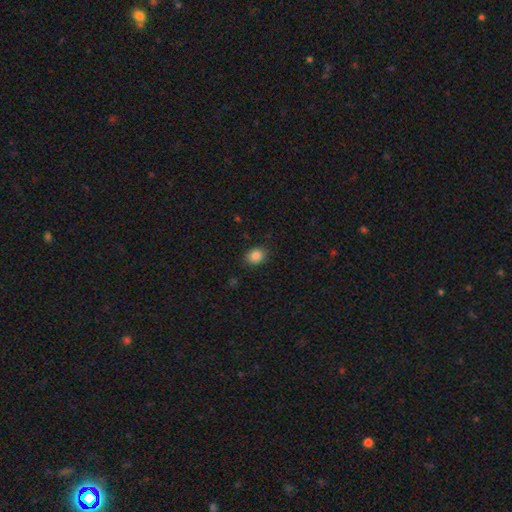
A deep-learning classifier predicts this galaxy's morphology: smooth 86%, star or artifact 10%, featured or disk 5%. Down the decision tree: how rounded — round (54%); merging — none (88%).